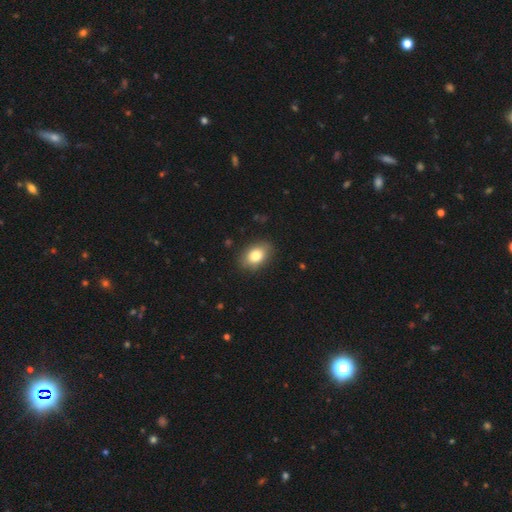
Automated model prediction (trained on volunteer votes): A smooth galaxy with no disk features (81%) that is in between round and cigar-shaped (83%). Merging: none (85%).